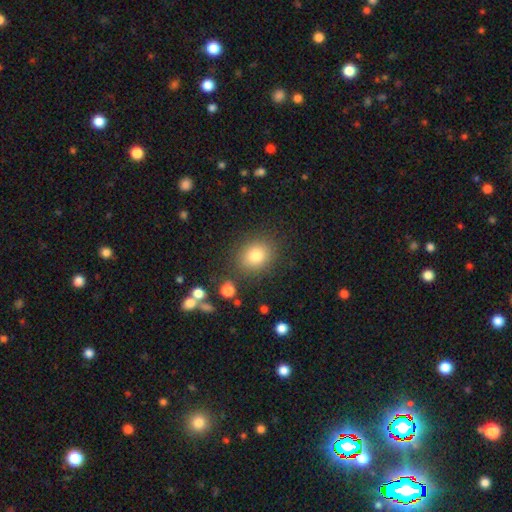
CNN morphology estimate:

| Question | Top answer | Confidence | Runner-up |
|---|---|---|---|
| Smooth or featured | smooth | 80% | star or artifact (12%) |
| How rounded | round | 59% | in between (40%) |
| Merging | none | 83% | minor disturbance (10%) |